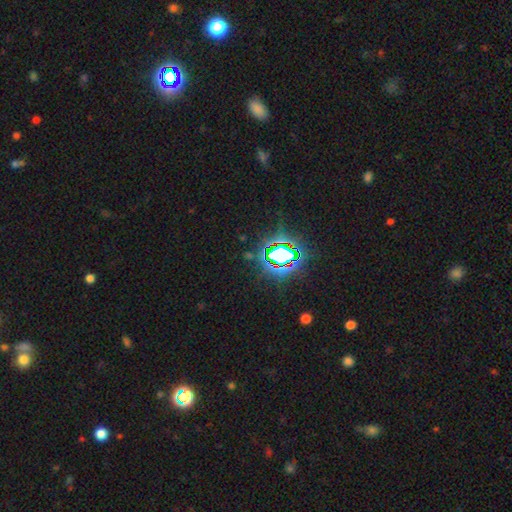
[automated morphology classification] Smooth or featured?
  - star or artifact: 79% *
  - smooth: 13%
  - featured or disk: 8%